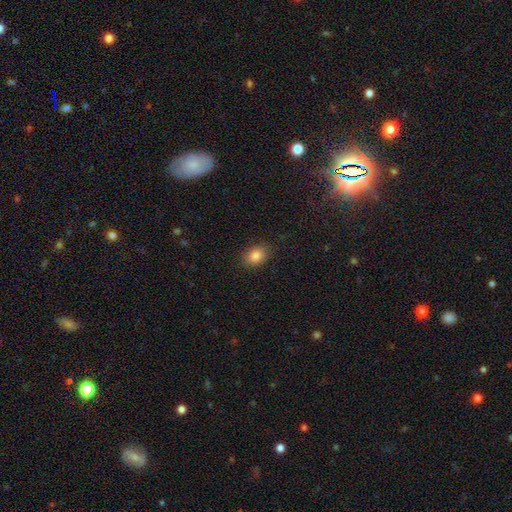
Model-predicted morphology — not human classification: A smooth galaxy with no disk features (85%) that is in between round and cigar-shaped (74%). Merging: none (86%).